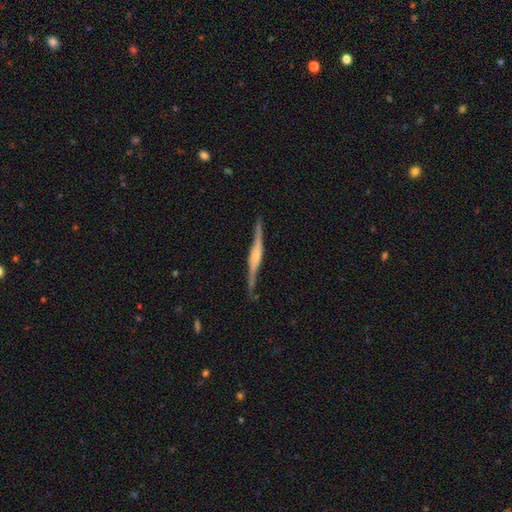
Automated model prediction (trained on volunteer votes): This appears to be a featured or disk galaxy (81%) viewed edge-on (95%) with a rounded central bulge (70%). Merging: none (81%).